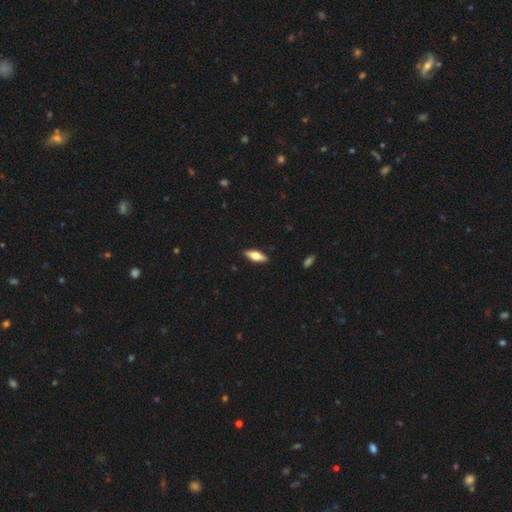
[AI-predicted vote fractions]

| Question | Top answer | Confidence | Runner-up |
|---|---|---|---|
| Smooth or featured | smooth | 57% | featured or disk (38%) |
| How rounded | in between | 57% | cigar-shaped (40%) |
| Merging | none | 90% | minor disturbance (8%) |